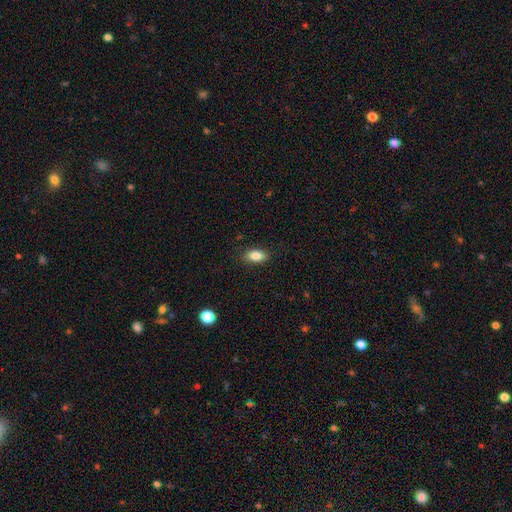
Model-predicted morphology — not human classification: Smooth or featured?
  - smooth: 86% *
  - star or artifact: 8%
  - featured or disk: 6%
How rounded?
  - in between: 90% *
  - round: 6%
  - cigar-shaped: 4%
Merging?
  - none: 87% *
  - minor disturbance: 10%
  - major disturbance: 2%
  - merger: 1%